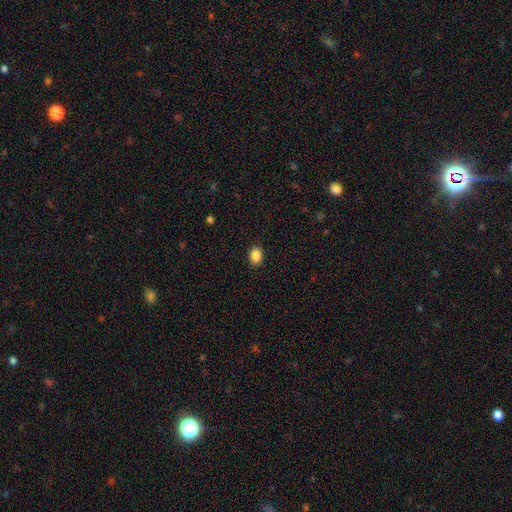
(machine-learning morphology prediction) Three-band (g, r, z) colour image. It shows a smooth galaxy with no disk features (88%) that is in between round and cigar-shaped (66%). Merging: none (90%).